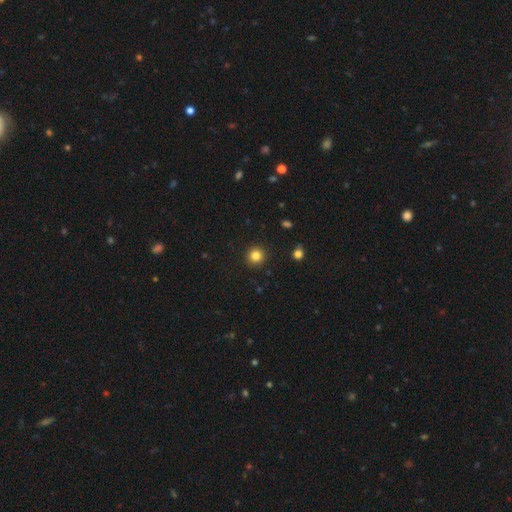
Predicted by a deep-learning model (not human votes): Smooth or featured?
  - smooth: 83% *
  - star or artifact: 12%
  - featured or disk: 5%
How rounded?
  - round: 94% *
  - in between: 5%
  - cigar-shaped: 1%
Merging?
  - none: 92% *
  - minor disturbance: 5%
  - major disturbance: 2%
  - merger: 1%